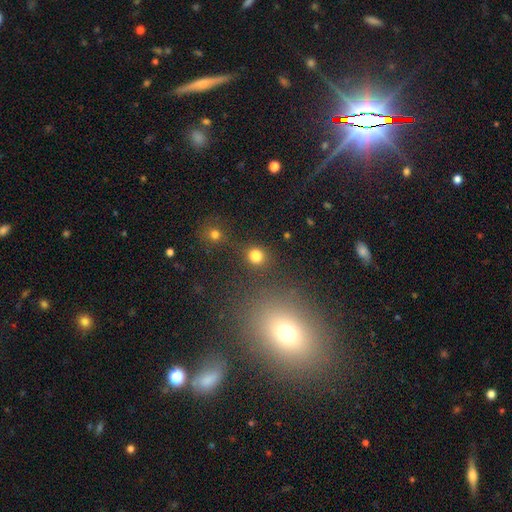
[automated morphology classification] A smooth galaxy with no disk features (80%) that is round (83%). Merging: none (75%).